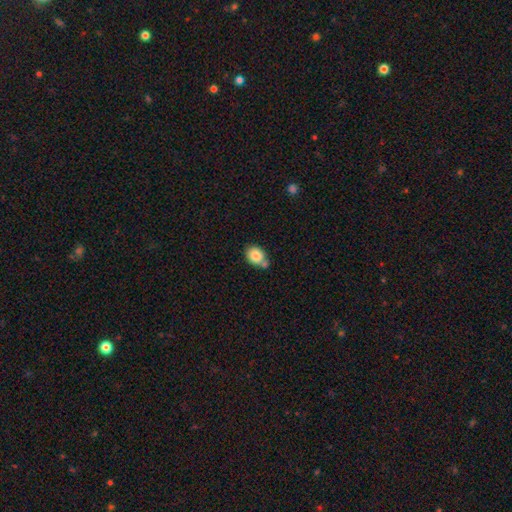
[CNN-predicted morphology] This is clearly a smooth galaxy (83%). How rounded: possibly in between (50%). Merging: possibly none (51%).